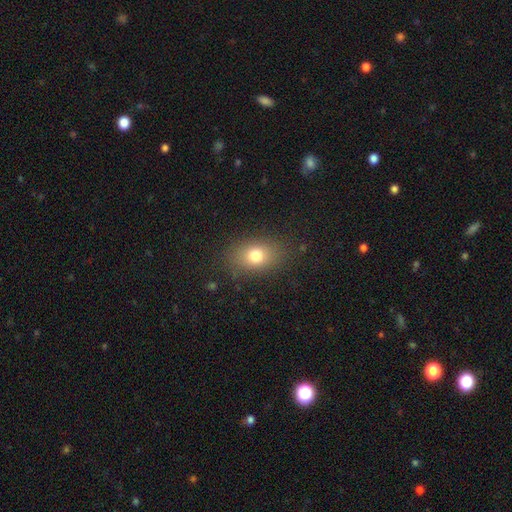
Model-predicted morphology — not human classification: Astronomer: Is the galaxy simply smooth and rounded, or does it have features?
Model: smooth — 76%.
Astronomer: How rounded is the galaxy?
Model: in between — 71%.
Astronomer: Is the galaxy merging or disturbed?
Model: none — 82%.